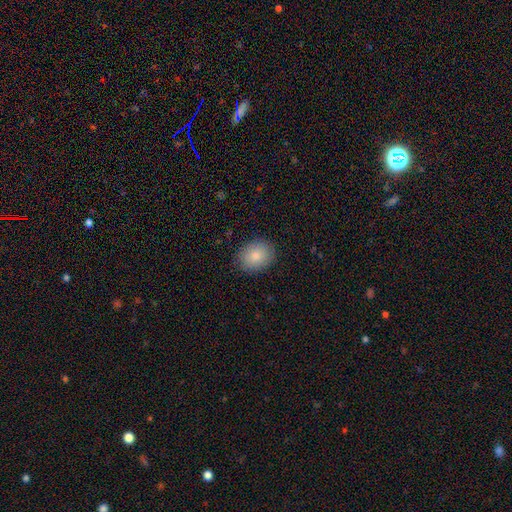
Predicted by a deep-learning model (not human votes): Smooth or featured?
  - smooth: 83% *
  - featured or disk: 9%
  - star or artifact: 8%
How rounded?
  - in between: 54% *
  - round: 45%
  - cigar-shaped: 1%
Merging?
  - none: 87% *
  - minor disturbance: 9%
  - major disturbance: 2%
  - merger: 1%